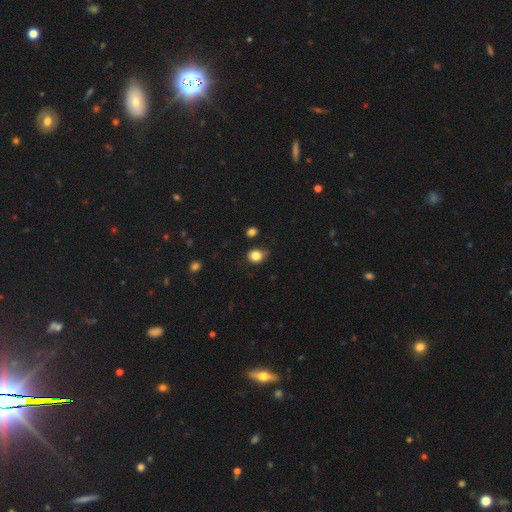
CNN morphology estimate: This is clearly a smooth galaxy (84%). How rounded: likely round (74%). Merging: likely none (71%).